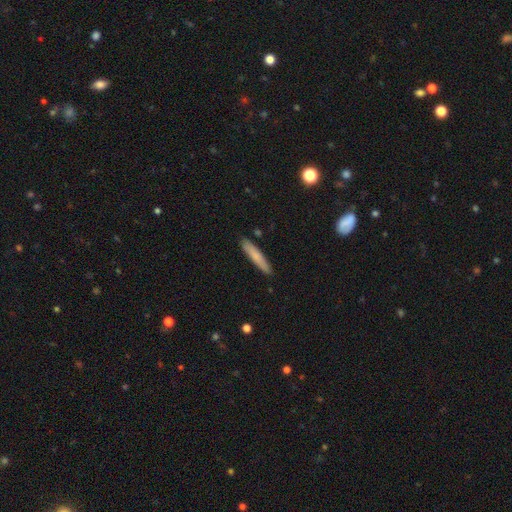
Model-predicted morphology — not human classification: Overall: smooth (75%). How rounded: cigar-shaped (92%). Merging: none (89%).